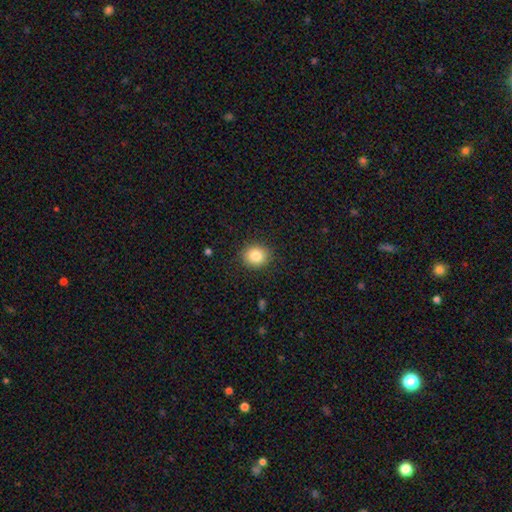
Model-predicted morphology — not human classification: The model was most divided on "how rounded": round: 74%, in between: 25%, cigar-shaped: 1%. More confident: merging — none (88%); smooth or featured — smooth (84%).